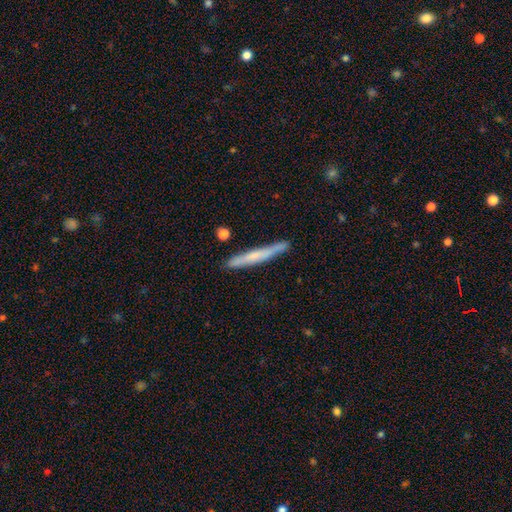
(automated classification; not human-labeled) Smooth or featured? smooth (54%)
How rounded? cigar-shaped (96%)
Merging? none (83%)